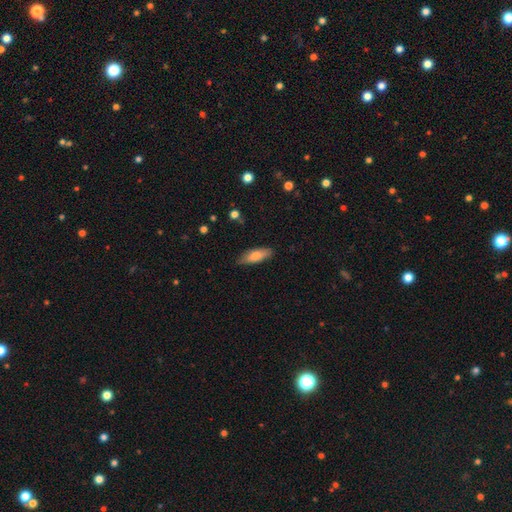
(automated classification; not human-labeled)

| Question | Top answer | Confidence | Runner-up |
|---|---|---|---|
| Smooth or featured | smooth | 76% | featured or disk (18%) |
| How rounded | in between | 59% | cigar-shaped (39%) |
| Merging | none | 81% | minor disturbance (15%) |